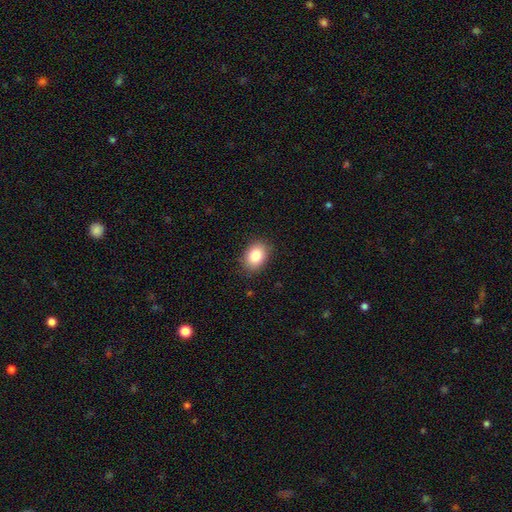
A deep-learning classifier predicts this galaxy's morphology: smooth-or-featured: smooth: 85% | star or artifact: 8% | featured or disk: 7%
  how-rounded: in between: 72% | round: 27% | cigar-shaped: 1%
  merging: none: 86% | minor disturbance: 11% | major disturbance: 3% | merger: 1%